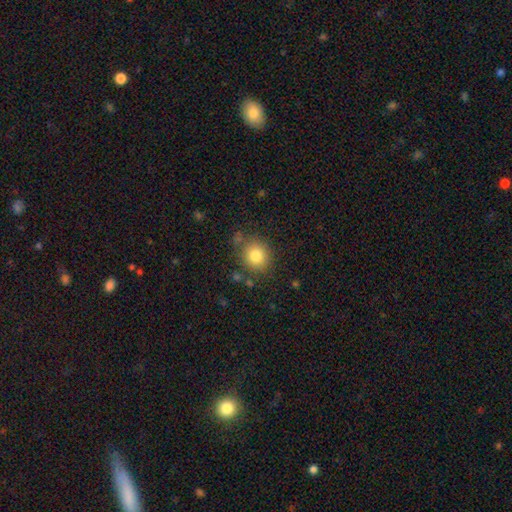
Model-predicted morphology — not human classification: smooth 81%, star or artifact 11%, featured or disk 8%. Down the decision tree: how rounded — round (83%); merging — none (80%).